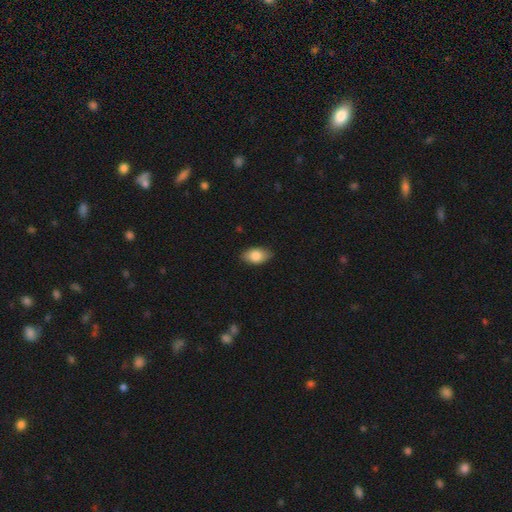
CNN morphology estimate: A smooth galaxy with no disk features (84%) that is in between round and cigar-shaped (92%). Merging: none (84%).